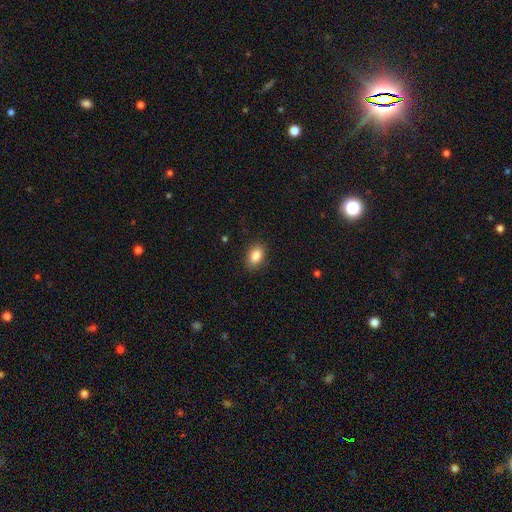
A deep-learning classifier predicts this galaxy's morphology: type=smooth (87%); roundness=in between (85%); merging=none (87%).